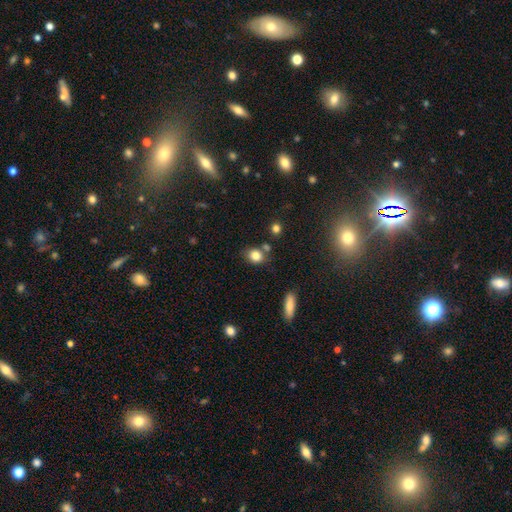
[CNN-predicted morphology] type=smooth (81%); roundness=round (53%); merging=none (67%).